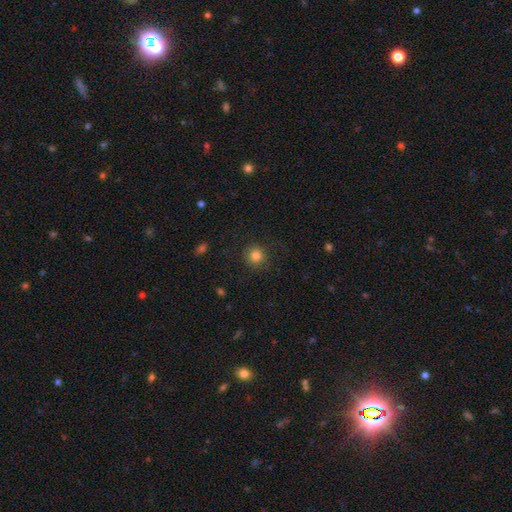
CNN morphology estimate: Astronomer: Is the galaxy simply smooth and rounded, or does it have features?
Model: smooth — 82%.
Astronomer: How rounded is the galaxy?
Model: round — 93%.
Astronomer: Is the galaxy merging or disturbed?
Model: none — 86%.